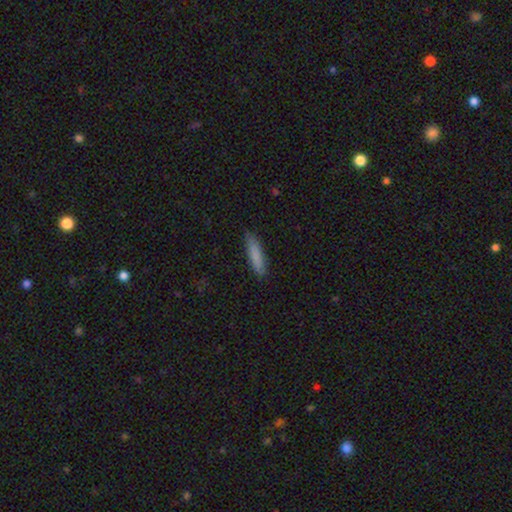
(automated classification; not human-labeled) Smooth or featured?
  - smooth: 84% *
  - featured or disk: 10%
  - star or artifact: 6%
How rounded?
  - cigar-shaped: 83% *
  - in between: 16%
  - round: 1%
Merging?
  - none: 85% *
  - minor disturbance: 11%
  - major disturbance: 2%
  - merger: 1%